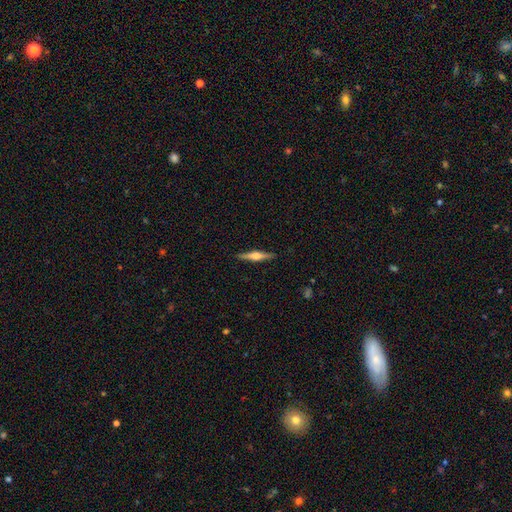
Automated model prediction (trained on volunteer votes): This is likely a featured or disk galaxy (69%). It is clearly viewed edge-on (98%). Edge-on bulge: clearly rounded (86%). Merging: clearly none (91%).